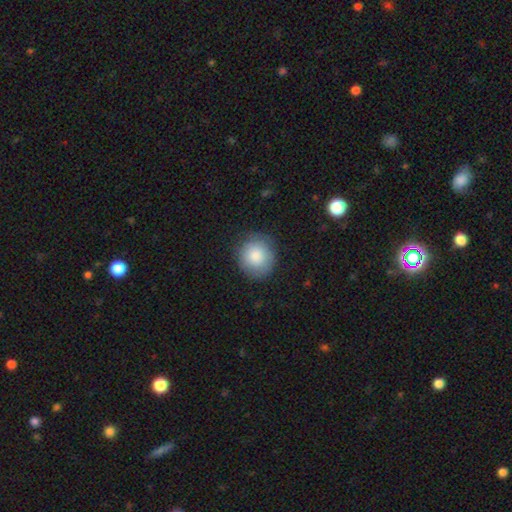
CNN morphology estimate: type=smooth (84%); roundness=round (85%); merging=none (83%).